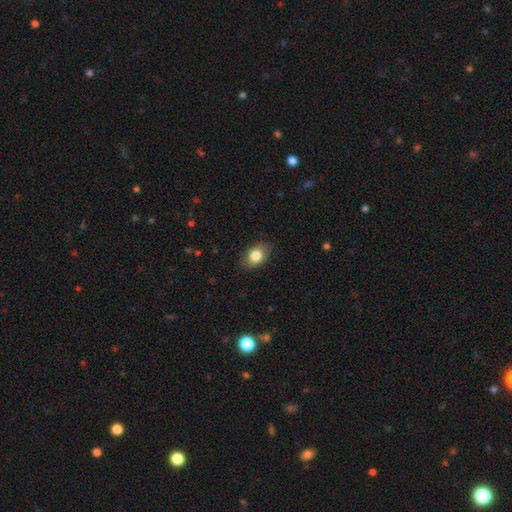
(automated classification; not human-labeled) A smooth galaxy with no disk features (82%) that is in between round and cigar-shaped (81%). Merging: none (83%).